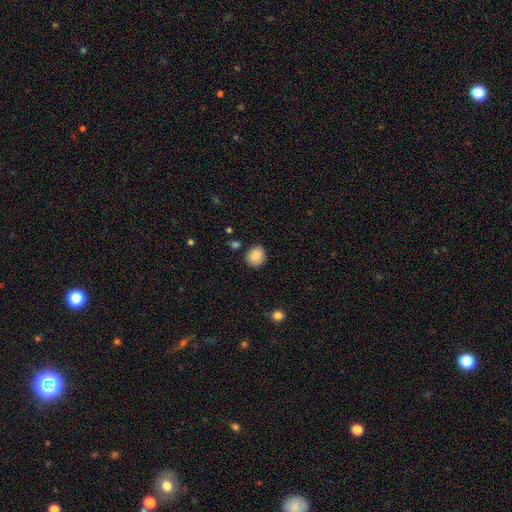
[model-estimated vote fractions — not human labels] smooth_or_featured: smooth (p=0.88) [alt: star or artifact p=0.08]
how_rounded: round (p=0.77) [alt: in between p=0.22]
merging: none (p=0.84) [alt: minor disturbance p=0.11]